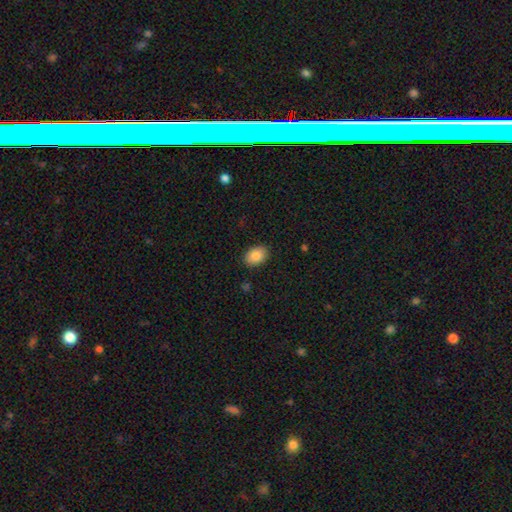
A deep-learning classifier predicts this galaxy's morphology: A smooth galaxy with no disk features (86%) that is in between round and cigar-shaped (83%).

Vote fractions:
- Smooth or featured? smooth: 86% / star or artifact: 7% / featured or disk: 7%
- How rounded? in between: 83% / round: 16% / cigar-shaped: 1%
- Merging? none: 89% / minor disturbance: 8% / major disturbance: 2% / merger: 1%